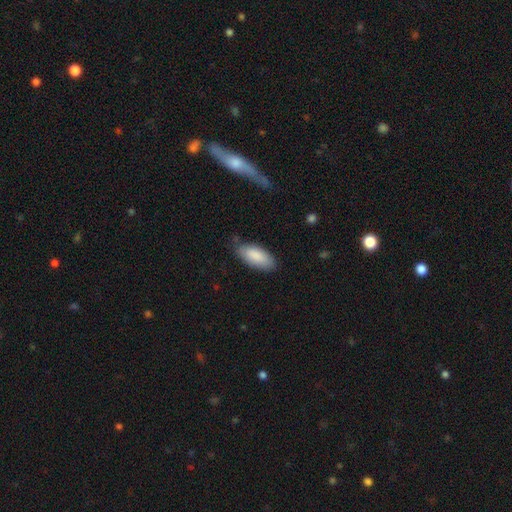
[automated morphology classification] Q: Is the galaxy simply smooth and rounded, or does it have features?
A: smooth — 88%.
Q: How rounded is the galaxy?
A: in between — 85%.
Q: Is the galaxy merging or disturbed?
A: none — 79%.